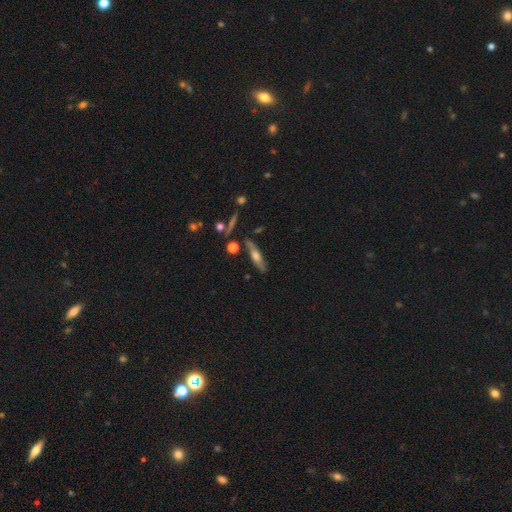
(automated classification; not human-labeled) Smooth or featured? featured or disk (47%)
Merging? none (74%)